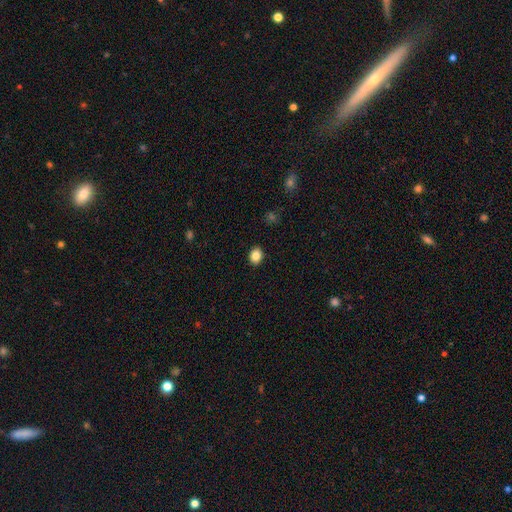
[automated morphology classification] Smooth or featured?
  - smooth: 85% *
  - star or artifact: 9%
  - featured or disk: 6%
How rounded?
  - in between: 55% *
  - round: 44%
  - cigar-shaped: 1%
Merging?
  - none: 90% *
  - minor disturbance: 7%
  - major disturbance: 2%
  - merger: 1%